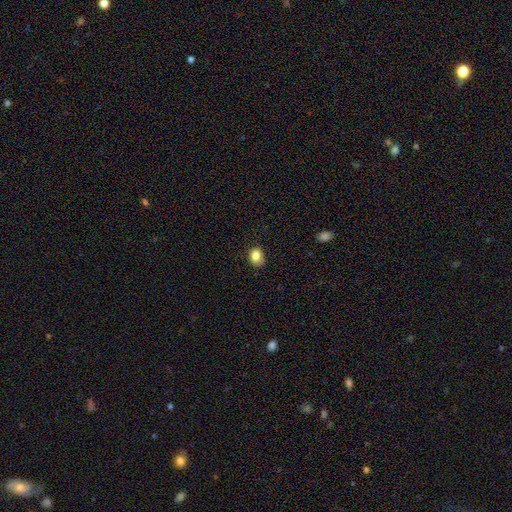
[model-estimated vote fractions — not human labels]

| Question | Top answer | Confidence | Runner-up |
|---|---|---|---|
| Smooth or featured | smooth | 83% | star or artifact (10%) |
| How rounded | round | 51% | in between (48%) |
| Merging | none | 72% | minor disturbance (22%) |